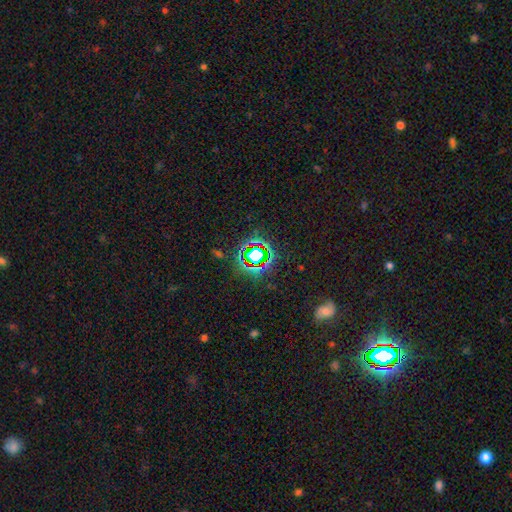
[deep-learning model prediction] star or artifact 74%, smooth 15%, featured or disk 11%.